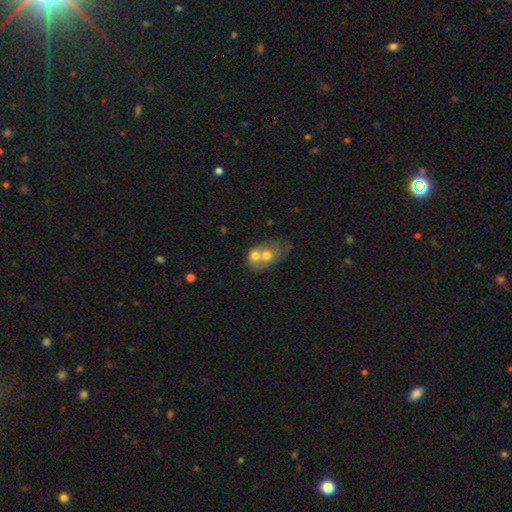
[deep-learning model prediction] A smooth galaxy with no disk features (59%) that is in between round and cigar-shaped (60%).

Vote fractions:
- Smooth or featured? smooth: 59% / featured or disk: 32% / star or artifact: 8%
- How rounded? in between: 60% / round: 38% / cigar-shaped: 1%
- Merging? merger: 72% / none: 16% / minor disturbance: 7% / major disturbance: 5%